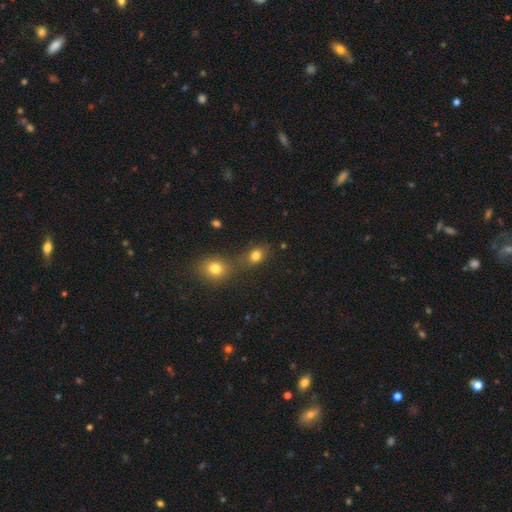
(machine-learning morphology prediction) type=smooth (79%); roundness=in between (50%); merging=none (47%).